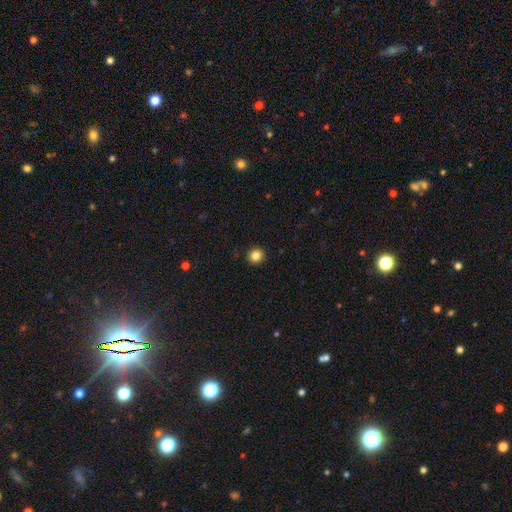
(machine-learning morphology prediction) This is clearly a smooth galaxy (85%). How rounded: clearly round (93%). Merging: clearly none (93%).